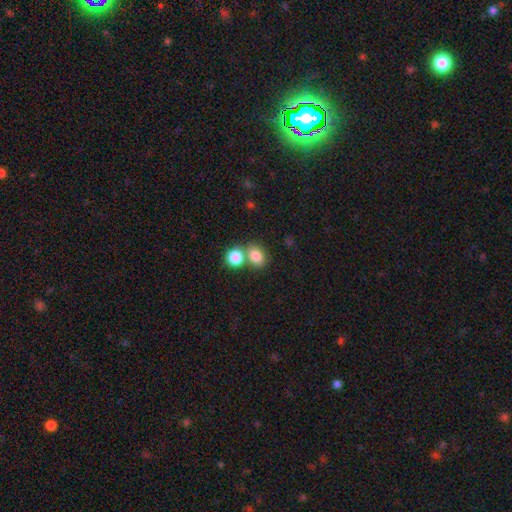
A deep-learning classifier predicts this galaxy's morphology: The model was most divided on "how rounded": round: 52%, in between: 46%, cigar-shaped: 1%. Remaining: smooth or featured — smooth (82%); merging — none (48%).